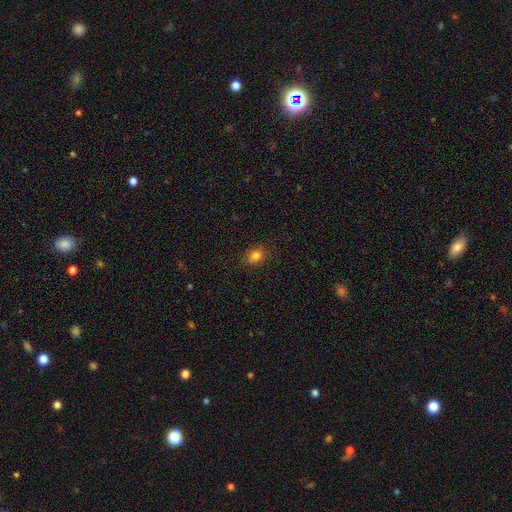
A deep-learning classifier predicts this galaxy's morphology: smooth-or-featured: smooth: 81% | star or artifact: 13% | featured or disk: 6%
  how-rounded: round: 70% | in between: 29% | cigar-shaped: 1%
  merging: none: 88% | minor disturbance: 9% | major disturbance: 2% | merger: 1%